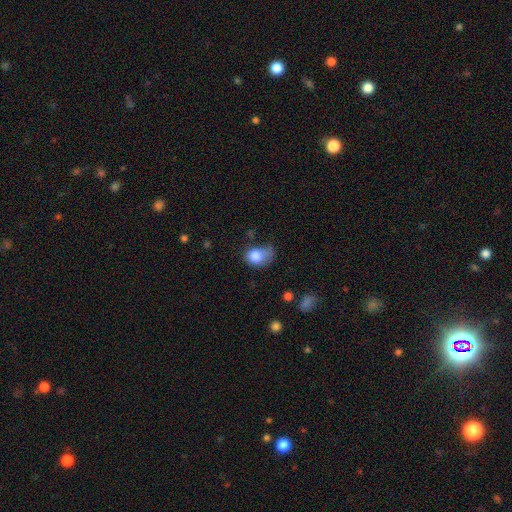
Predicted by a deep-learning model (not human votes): smooth-or-featured: smooth: 79% | featured or disk: 12% | star or artifact: 9%
  how-rounded: in between: 61% | round: 38% | cigar-shaped: 1%
  merging: minor disturbance: 35% | major disturbance: 31% | none: 25% | merger: 8%